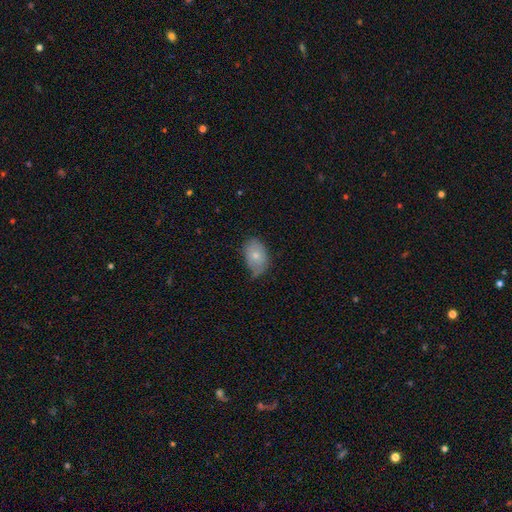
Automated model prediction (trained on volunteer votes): Overall: smooth (74%). How rounded: in between (85%). Merging: none (51%; minor disturbance 38%).